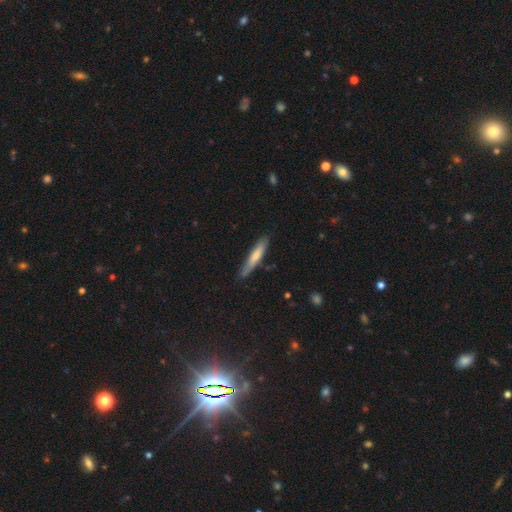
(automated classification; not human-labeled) Morphology: type=smooth (67%); roundness=cigar-shaped (90%); merging=none (76%).